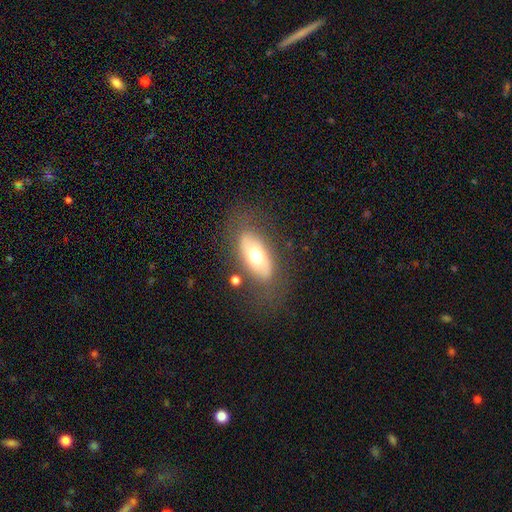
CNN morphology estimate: smooth_or_featured: smooth (p=0.55) [alt: featured or disk p=0.37]
how_rounded: in between (p=0.87) [alt: cigar-shaped p=0.08]
merging: none (p=0.72) [alt: minor disturbance p=0.17]